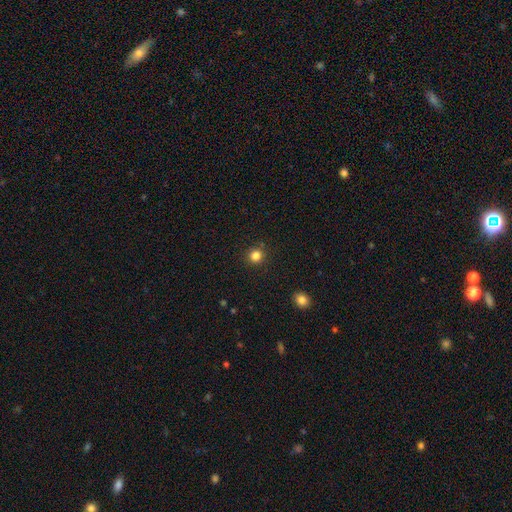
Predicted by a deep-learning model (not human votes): Smooth or featured: smooth — 83% (star or artifact — 13%)
How rounded: round — 92% (in between — 7%)
Merging: none — 89% (minor disturbance — 7%)